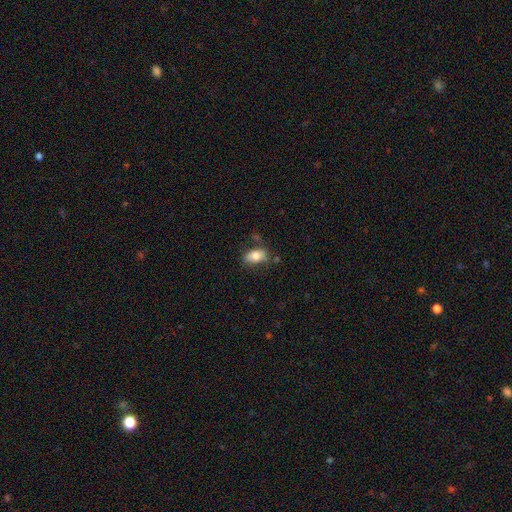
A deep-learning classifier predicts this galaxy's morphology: Q: Smooth or featured?
A: smooth (77%); runner-up: featured or disk (15%)
Q: How rounded?
A: in between (87%); runner-up: round (10%)
Q: Merging?
A: none (64%); runner-up: minor disturbance (23%)